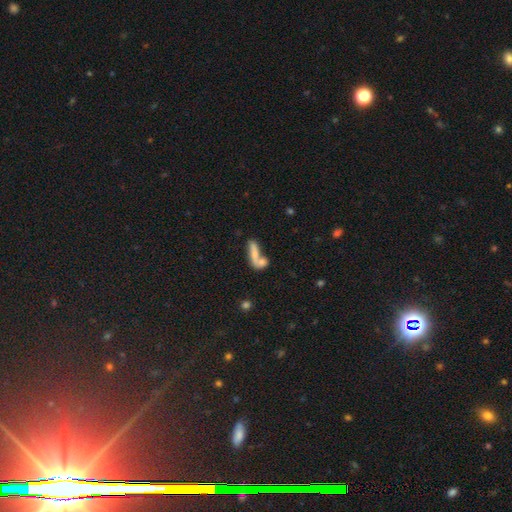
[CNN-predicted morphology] Smooth or featured? smooth (65%)
How rounded? cigar-shaped (47%)
Merging? merger (56%)